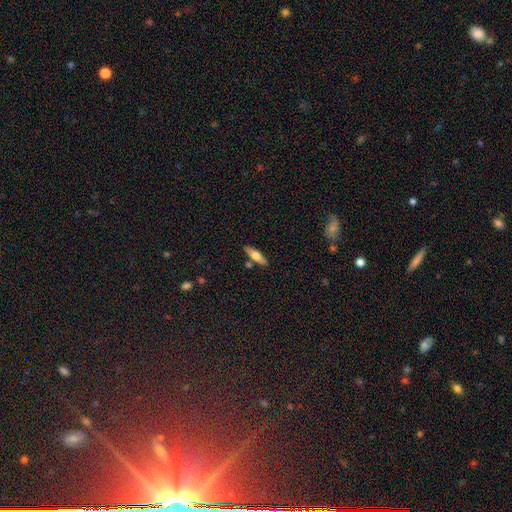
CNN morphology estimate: smooth 53%, featured or disk 41%, star or artifact 6%. Down the decision tree: how rounded — cigar-shaped (60%); merging — none (82%).